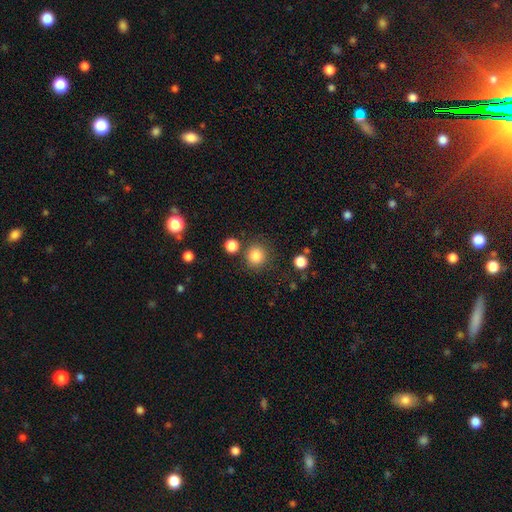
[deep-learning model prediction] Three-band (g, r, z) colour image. It shows a smooth galaxy with no disk features (85%) that is round (90%). Merging: none (83%).